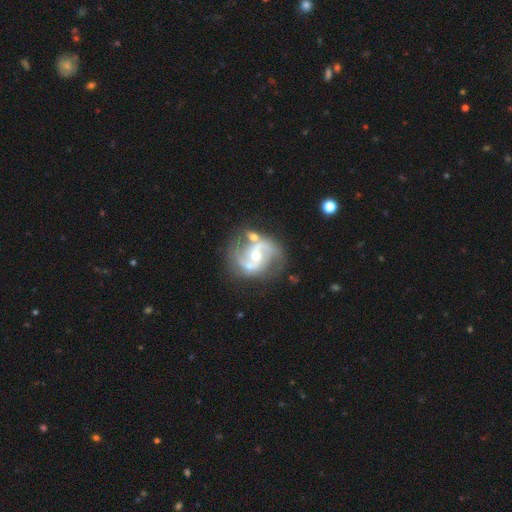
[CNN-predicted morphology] smooth-or-featured: featured or disk: 90% | star or artifact: 5% | smooth: 5%
  disk-edge-on: no: 98% | yes: 2%
    bar: no: 43% | weak: 37% | strong: 20%
    has-spiral-arms: yes: 97% | no: 3%
      spiral-winding: medium: 59% | loose: 26% | tight: 15%
      spiral-arm-count: 2: 92% | can't tell: 2% | 3: 2% | 1: 1% | 4: 1% | more than 4: 1%
    bulge-size: moderate: 63% | small: 33% | large: 3% | none: 1% | dominant: 1%
  merging: none: 65% | minor disturbance: 17% | merger: 11% | major disturbance: 7%